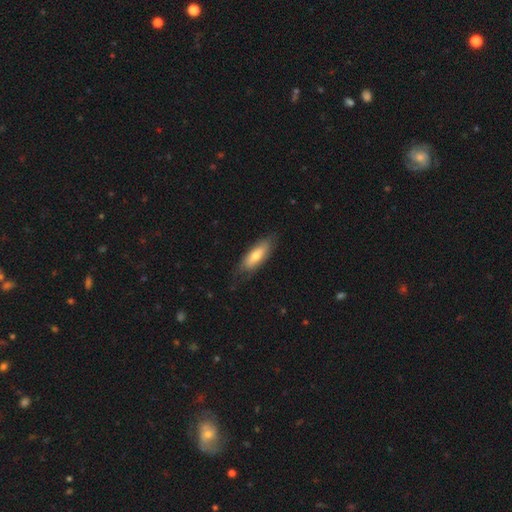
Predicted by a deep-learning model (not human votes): Smooth or featured?
  - smooth: 66% *
  - featured or disk: 28%
  - star or artifact: 6%
How rounded?
  - in between: 65% *
  - cigar-shaped: 33%
  - round: 2%
Merging?
  - none: 74% *
  - minor disturbance: 20%
  - major disturbance: 5%
  - merger: 1%